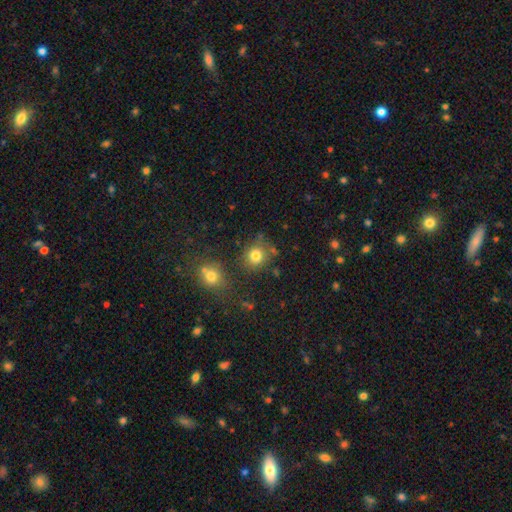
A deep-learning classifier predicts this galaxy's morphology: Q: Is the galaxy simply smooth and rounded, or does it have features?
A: smooth — 78%.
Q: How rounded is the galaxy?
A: round — 84%.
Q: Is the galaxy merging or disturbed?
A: none — 73%.